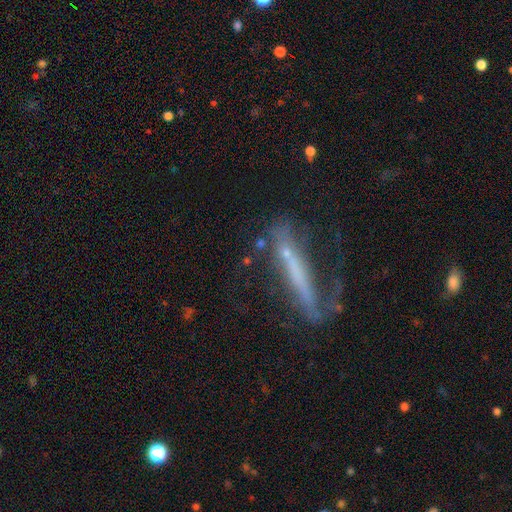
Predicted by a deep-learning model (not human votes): Overall: featured or disk (58%; smooth 31%). Edge-on disk: yes (64%; no 36%). Merging: none (45%; major disturbance 26%).